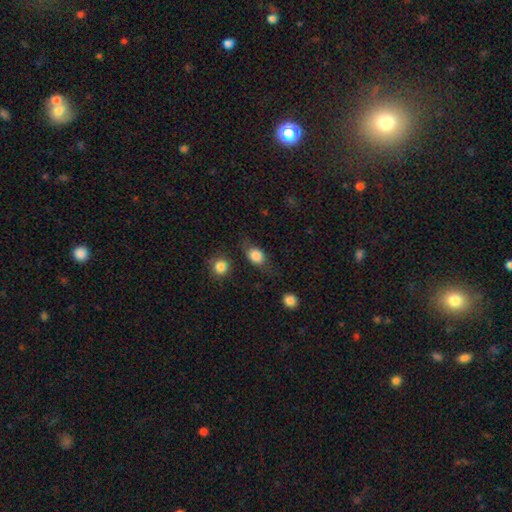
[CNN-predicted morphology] smooth-or-featured: smooth: 80% | featured or disk: 11% | star or artifact: 9%
  how-rounded: in between: 56% | round: 41% | cigar-shaped: 3%
  merging: none: 62% | minor disturbance: 23% | major disturbance: 10% | merger: 5%